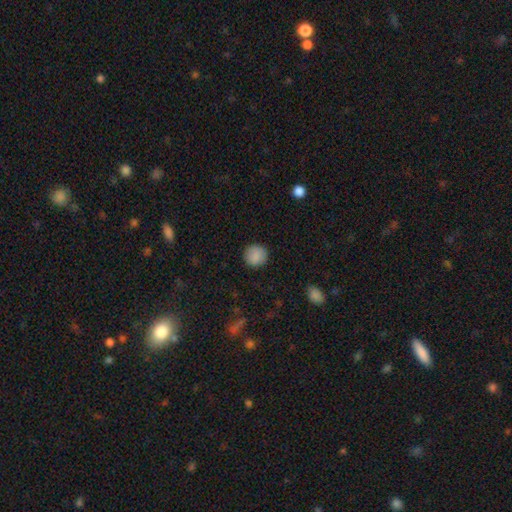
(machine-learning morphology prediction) Overall: smooth (88%). How rounded: round (93%). Merging: none (90%).